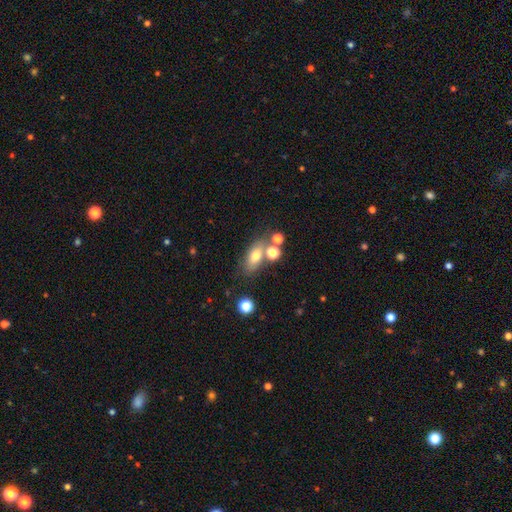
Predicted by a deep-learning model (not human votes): This appears to be a smooth galaxy with no disk features (71%) that is in between round and cigar-shaped (78%). Merging: none (61%).